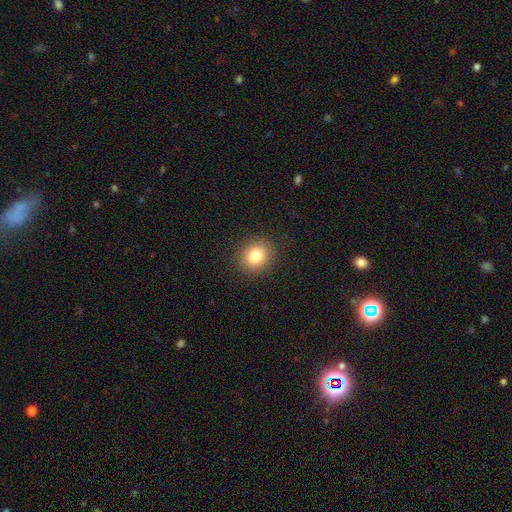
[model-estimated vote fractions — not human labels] Smooth or featured? Predicted: smooth (p=0.82). How rounded? Predicted: round (p=0.74). Merging? Predicted: none (p=0.90).